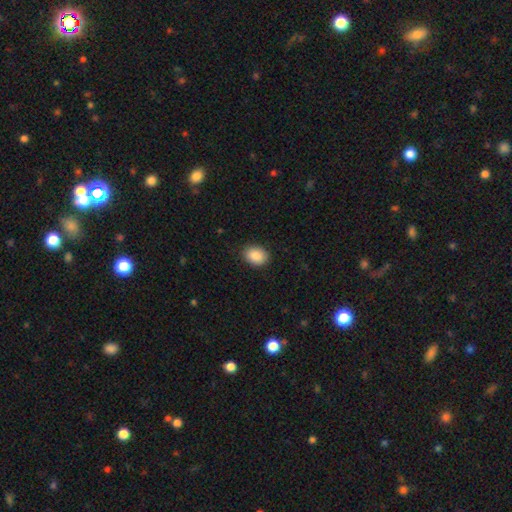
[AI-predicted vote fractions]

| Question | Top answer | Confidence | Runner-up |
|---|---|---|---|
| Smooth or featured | smooth | 88% | star or artifact (8%) |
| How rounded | in between | 65% | round (34%) |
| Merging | none | 88% | minor disturbance (9%) |